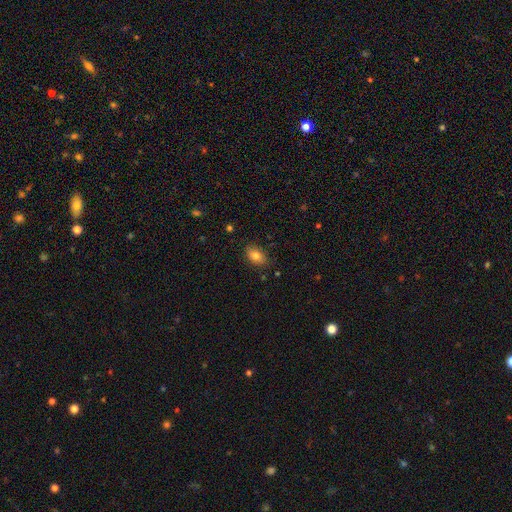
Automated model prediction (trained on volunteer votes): Q: Smooth or featured?
A: smooth (81%); runner-up: star or artifact (10%)
Q: How rounded?
A: in between (84%); runner-up: round (14%)
Q: Merging?
A: none (82%); runner-up: minor disturbance (14%)